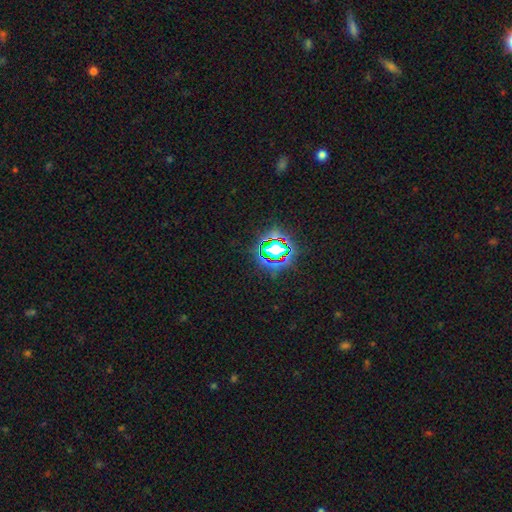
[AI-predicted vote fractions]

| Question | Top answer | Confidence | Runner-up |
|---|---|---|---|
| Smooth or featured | star or artifact | 77% | smooth (16%) |